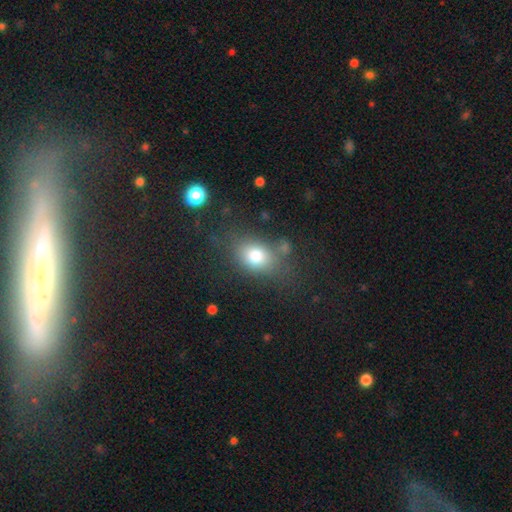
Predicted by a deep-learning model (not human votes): This is likely a smooth galaxy (77%). How rounded: likely in between (63%). Merging: likely none (68%).